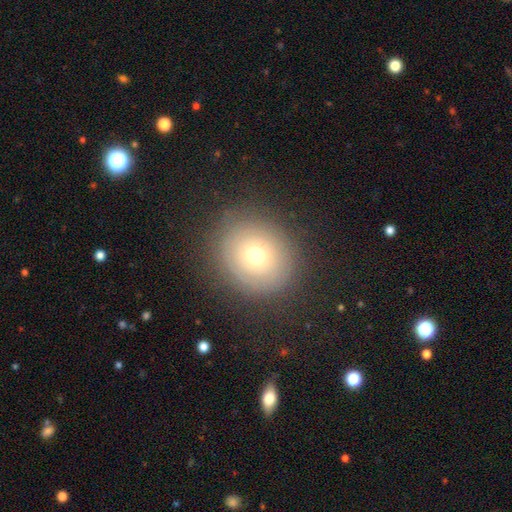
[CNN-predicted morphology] Q: Smooth or featured?
A: smooth (66%); runner-up: featured or disk (20%)
Q: How rounded?
A: round (80%); runner-up: in between (19%)
Q: Merging?
A: none (84%); runner-up: minor disturbance (10%)